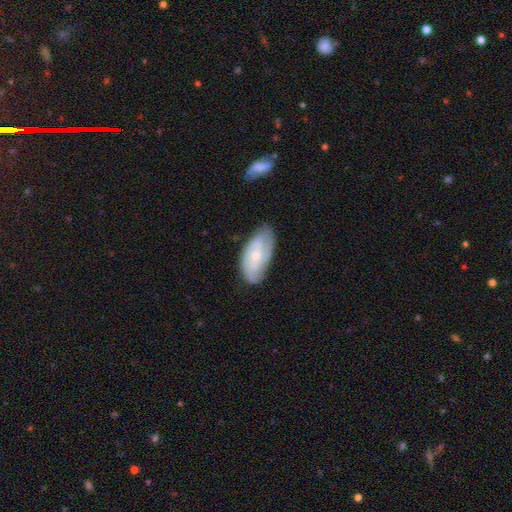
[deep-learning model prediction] Q: Smooth or featured?
A: featured or disk (63%); runner-up: smooth (31%)
Q: Edge-on disk?
A: no (93%); runner-up: yes (7%)
Q: Bar?
A: no (70%); runner-up: weak (26%)
Q: Spiral arms?
A: yes (84%); runner-up: no (16%)
Q: Bulge size?
A: small (50%); runner-up: moderate (44%)
Q: Merging?
A: none (68%); runner-up: minor disturbance (25%)